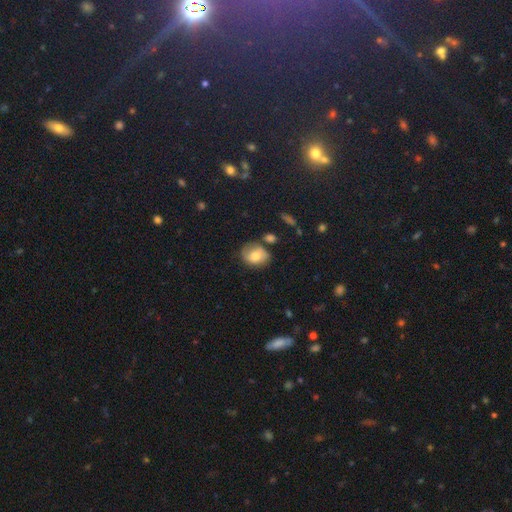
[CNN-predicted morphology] A smooth galaxy with no disk features (66%) that is in between round and cigar-shaped (50%). Merging: none (62%).